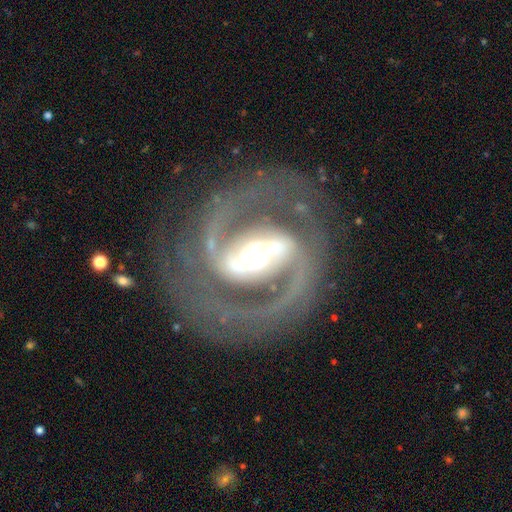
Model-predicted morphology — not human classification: type=featured or disk (92%); edge-on=no (97%); bar=strong (68%); spiral arms=yes (98%); winding=medium (56%); arm count=2 (93%); bulge=moderate (52%); merging=none (80%).